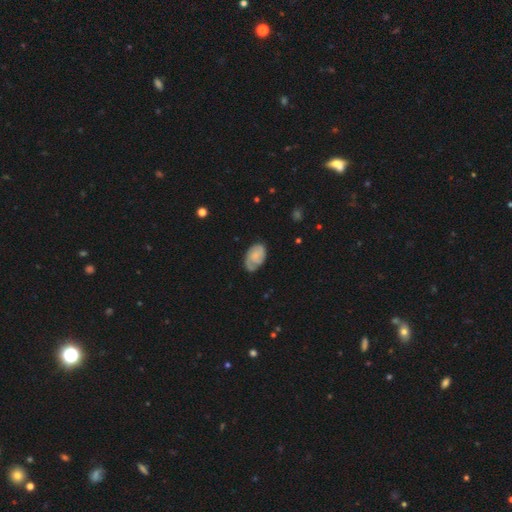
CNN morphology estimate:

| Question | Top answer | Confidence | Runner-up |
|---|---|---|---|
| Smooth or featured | featured or disk | 60% | smooth (33%) |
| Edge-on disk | no | 97% | yes (3%) |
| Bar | no | 69% | weak (27%) |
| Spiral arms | yes | 90% | no (10%) |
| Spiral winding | tight | 52% | medium (35%) |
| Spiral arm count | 2 | 48% | 1 (21%) |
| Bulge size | none | 40% | small (38%) |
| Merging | none | 66% | minor disturbance (24%) |